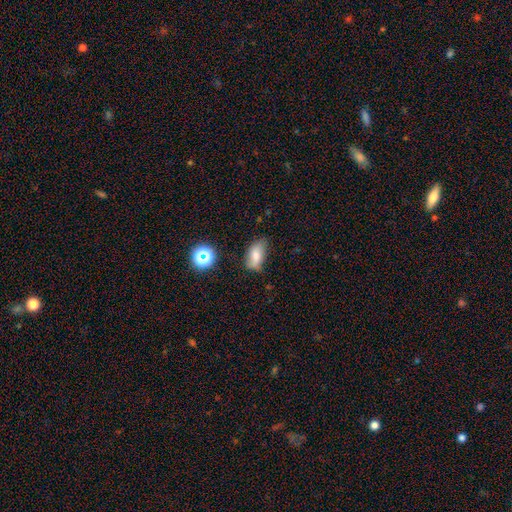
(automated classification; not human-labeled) Smooth or featured: smooth — 73% (featured or disk — 16%)
How rounded: in between — 89% (round — 7%)
Merging: none — 62% (minor disturbance — 29%)